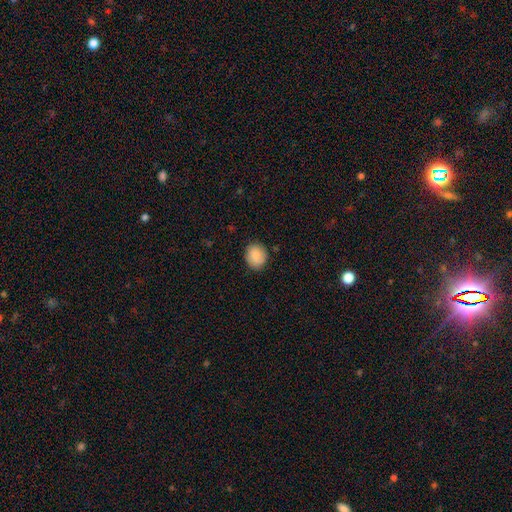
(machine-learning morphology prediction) Smooth or featured? smooth (85%)
How rounded? round (70%)
Merging? none (84%)